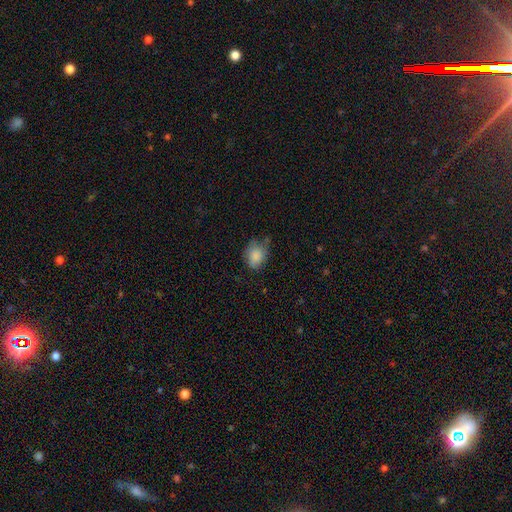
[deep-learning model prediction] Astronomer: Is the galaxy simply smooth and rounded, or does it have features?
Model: smooth — 85%.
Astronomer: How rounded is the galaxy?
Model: in between — 62% (runner-up: round, 37%).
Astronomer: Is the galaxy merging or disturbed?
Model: none — 55% (runner-up: minor disturbance, 33%).